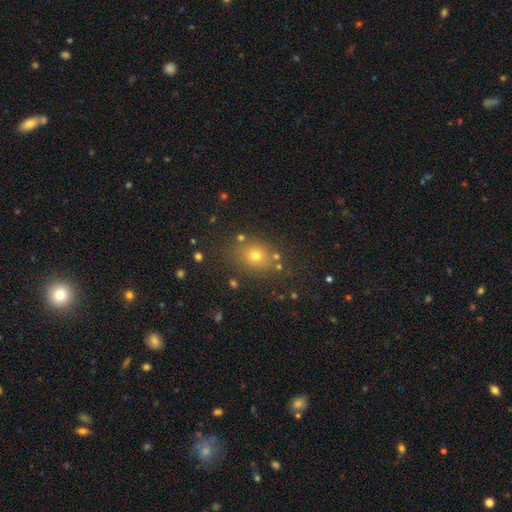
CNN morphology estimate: Smooth or featured? smooth (70%)
How rounded? round (63%)
Merging? none (80%)